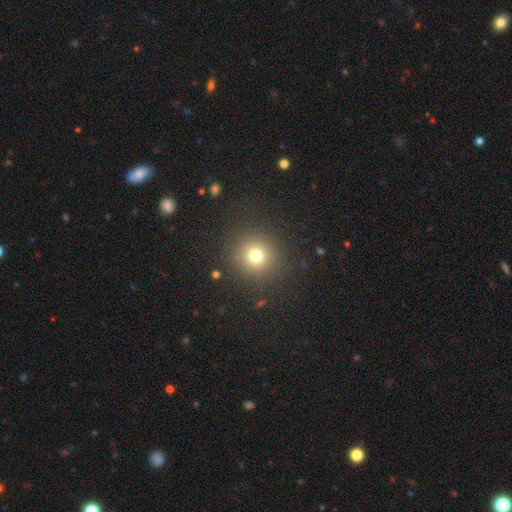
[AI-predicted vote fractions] smooth 73%, star or artifact 18%, featured or disk 9%. Down the decision tree: how rounded — round (93%); merging — none (89%).